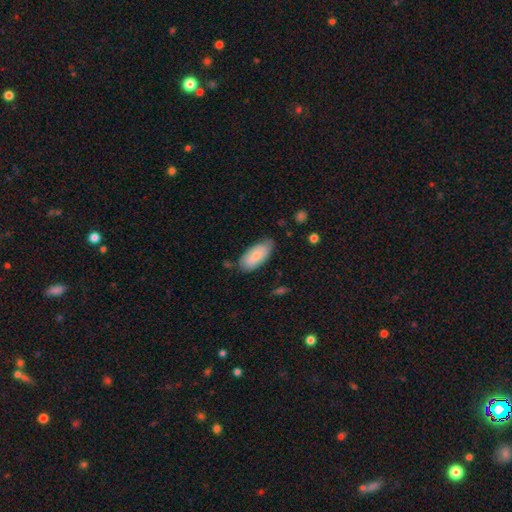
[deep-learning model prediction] Q: Smooth or featured?
A: smooth (76%); runner-up: featured or disk (18%)
Q: How rounded?
A: in between (91%); runner-up: cigar-shaped (7%)
Q: Merging?
A: none (69%); runner-up: minor disturbance (24%)